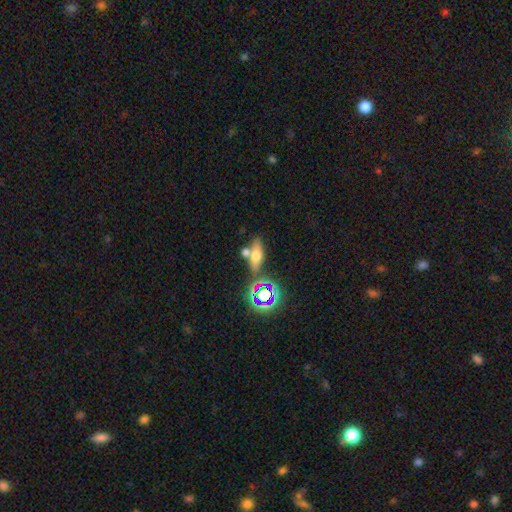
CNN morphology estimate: A smooth galaxy with no disk features (53%) that is in between round and cigar-shaped (61%). Merging: none (57%).